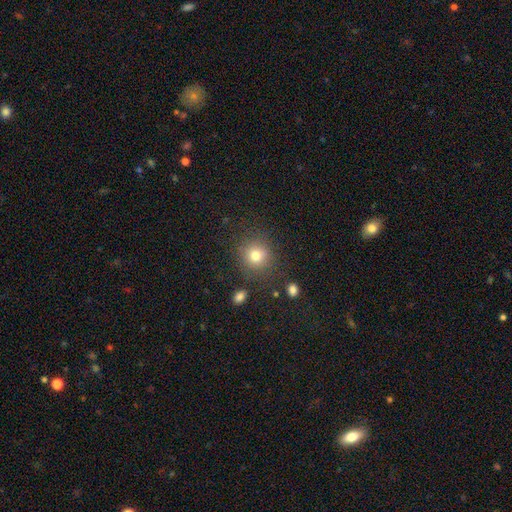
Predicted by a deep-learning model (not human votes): A smooth galaxy with no disk features (78%) that is round (88%).

Vote fractions:
- Smooth or featured? smooth: 78% / star or artifact: 13% / featured or disk: 9%
- How rounded? round: 88% / in between: 11% / cigar-shaped: 1%
- Merging? none: 82% / minor disturbance: 10% / major disturbance: 4% / merger: 3%